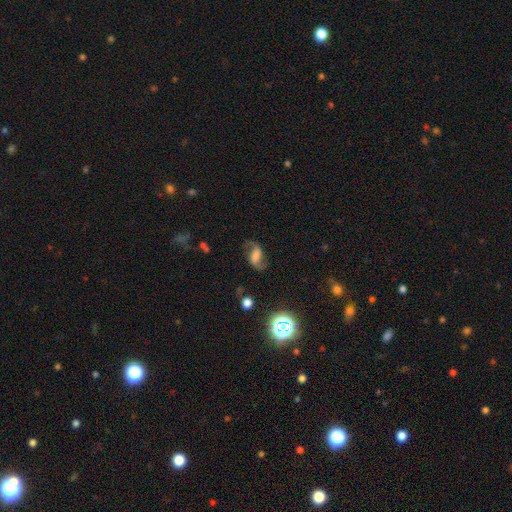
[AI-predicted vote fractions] smooth-or-featured: featured or disk: 69% | smooth: 19% | star or artifact: 12%
  disk-edge-on: no: 96% | yes: 4%
    bar: weak: 41% | strong: 31% | no: 27%
    has-spiral-arms: yes: 93% | no: 7%
      spiral-winding: loose: 67% | medium: 27% | tight: 6%
      spiral-arm-count: 2: 91% | 1: 3% | can't tell: 3% | 3: 1% | 4: 1% | more than 4: 1%
    bulge-size: none: 42% | large: 22% | moderate: 17% | small: 13% | dominant: 6%
  merging: none: 71% | minor disturbance: 17% | major disturbance: 10% | merger: 2%